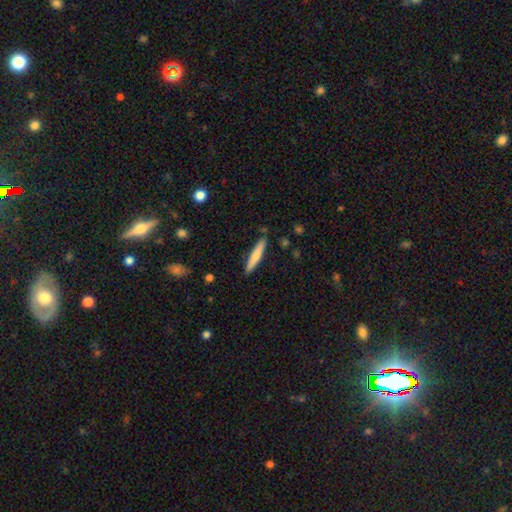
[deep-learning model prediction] A smooth galaxy with no disk features (70%) that is cigar-shaped (92%).

Vote fractions:
- Smooth or featured? smooth: 70% / featured or disk: 24% / star or artifact: 5%
- How rounded? cigar-shaped: 92% / in between: 7% / round: 1%
- Merging? none: 88% / minor disturbance: 9% / merger: 2% / major disturbance: 2%